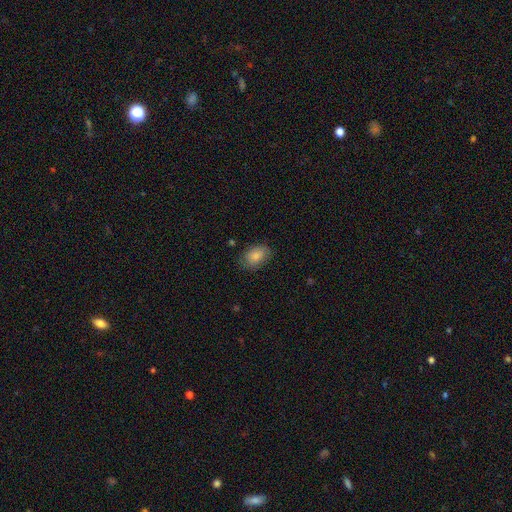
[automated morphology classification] A smooth galaxy with no disk features (82%) that is in between round and cigar-shaped (84%). Merging: none (75%).